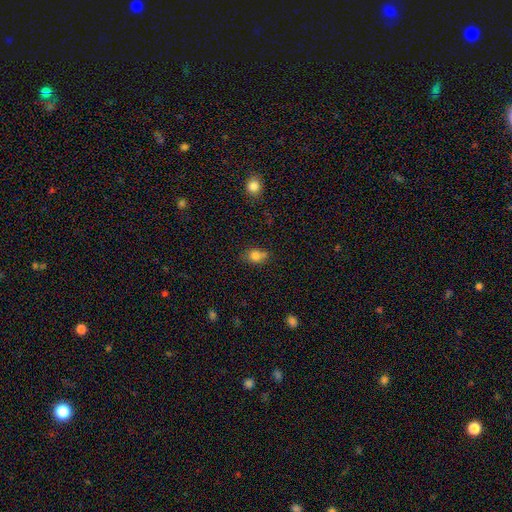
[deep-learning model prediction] Q: Smooth or featured?
A: smooth (78%); runner-up: star or artifact (11%)
Q: How rounded?
A: in between (67%); runner-up: round (30%)
Q: Merging?
A: none (59%); runner-up: minor disturbance (26%)